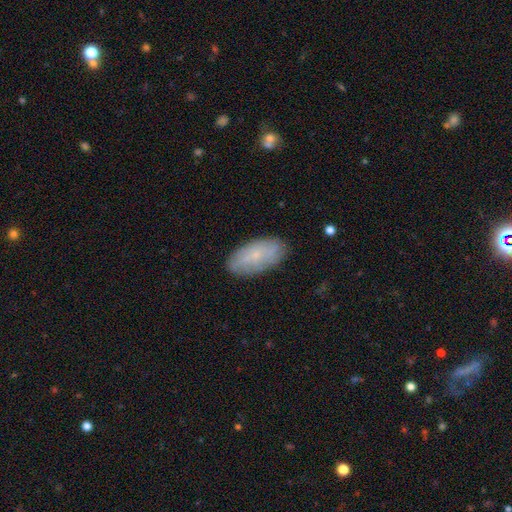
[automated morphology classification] A smooth galaxy with no disk features (61%) that is in between round and cigar-shaped (92%).

Vote fractions:
- Smooth or featured? smooth: 61% / featured or disk: 31% / star or artifact: 7%
- How rounded? in between: 92% / cigar-shaped: 5% / round: 3%
- Merging? none: 83% / minor disturbance: 13% / major disturbance: 3% / merger: 1%